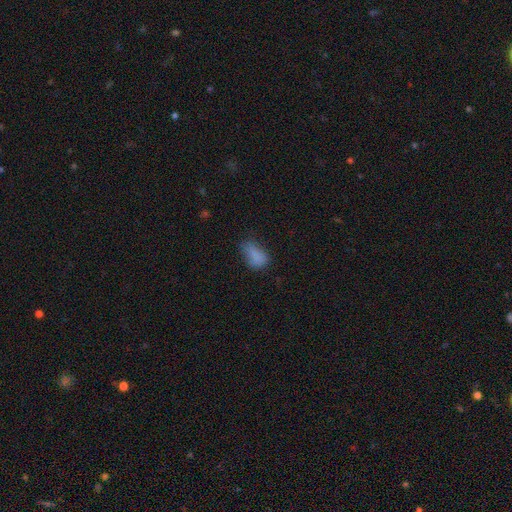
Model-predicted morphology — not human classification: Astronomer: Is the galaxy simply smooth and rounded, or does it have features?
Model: smooth — 79%.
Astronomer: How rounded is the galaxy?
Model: in between — 88%.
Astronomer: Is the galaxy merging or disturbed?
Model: none — 49% (runner-up: minor disturbance, 33%).